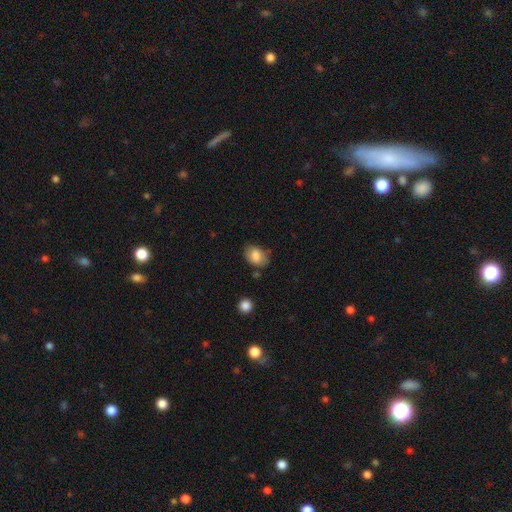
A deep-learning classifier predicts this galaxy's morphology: type=smooth (84%); roundness=in between (75%); merging=none (70%).